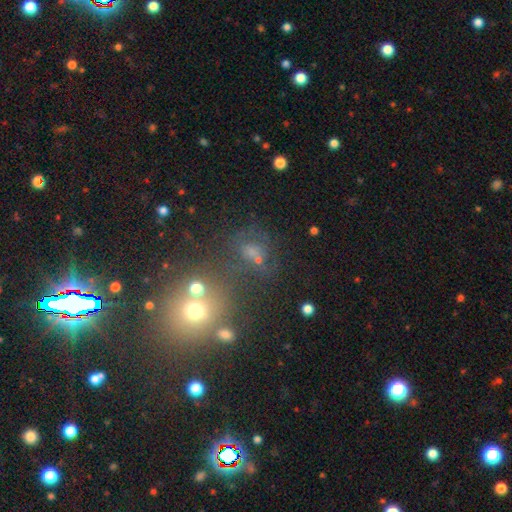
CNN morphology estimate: Smooth or featured: smooth — 43% (star or artifact — 39%)
Merging: none — 53% (merger — 18%)